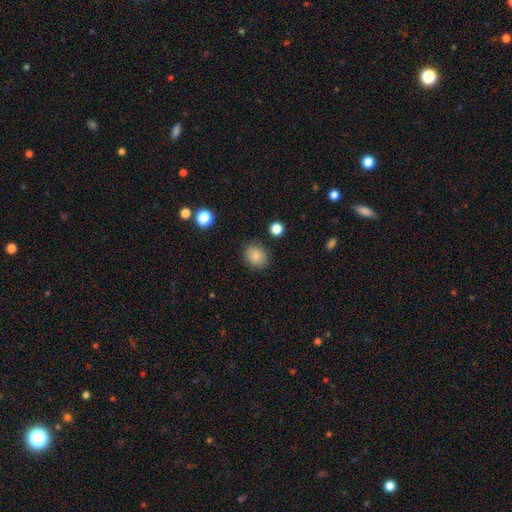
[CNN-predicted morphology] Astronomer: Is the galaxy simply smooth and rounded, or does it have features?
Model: smooth — 85%.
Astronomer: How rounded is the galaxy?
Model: round — 58% (runner-up: in between, 41%).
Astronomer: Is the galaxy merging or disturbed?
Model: none — 85%.